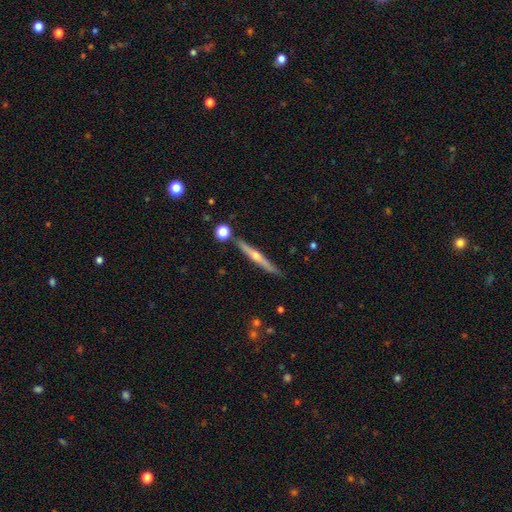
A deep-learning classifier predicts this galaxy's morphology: Smooth or featured? Predicted: featured or disk (p=0.72). Edge-on disk? Predicted: yes (p=0.97). Edge-on bulge? Predicted: rounded (p=0.83). Merging? Predicted: none (p=0.87).